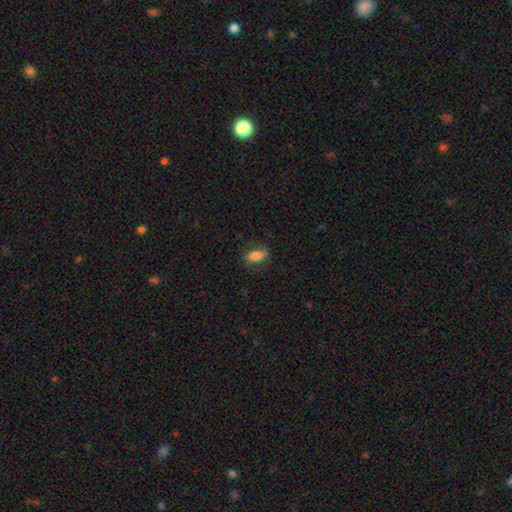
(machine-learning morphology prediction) Q: Smooth or featured?
A: smooth (72%); runner-up: featured or disk (20%)
Q: How rounded?
A: in between (83%); runner-up: cigar-shaped (10%)
Q: Merging?
A: none (74%); runner-up: minor disturbance (18%)